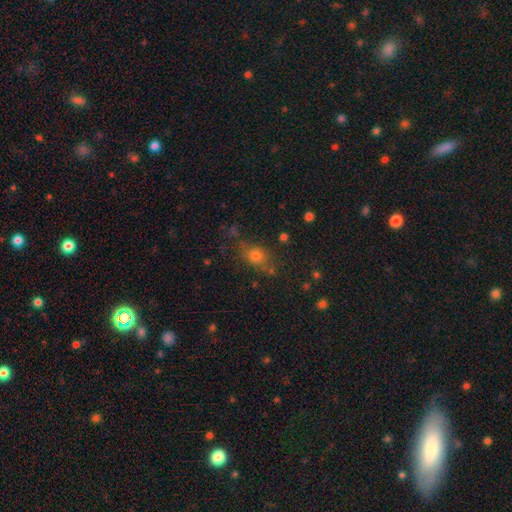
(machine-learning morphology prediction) Smooth or featured: smooth — 72% (star or artifact — 16%)
How rounded: round — 49% (in between — 47%)
Merging: none — 69% (minor disturbance — 18%)